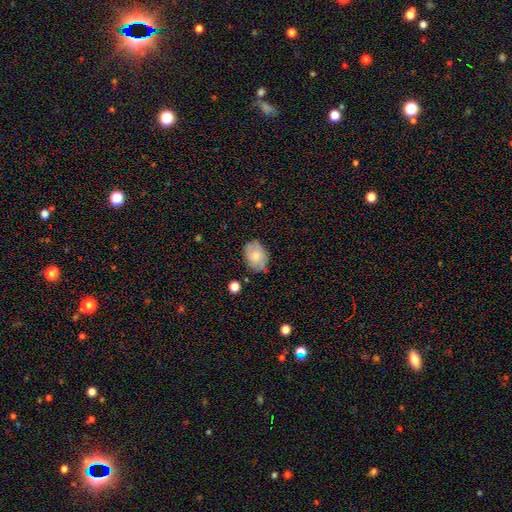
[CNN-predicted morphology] smooth 70%, featured or disk 23%, star or artifact 7%. Down the decision tree: how rounded — in between (77%); merging — none (69%).